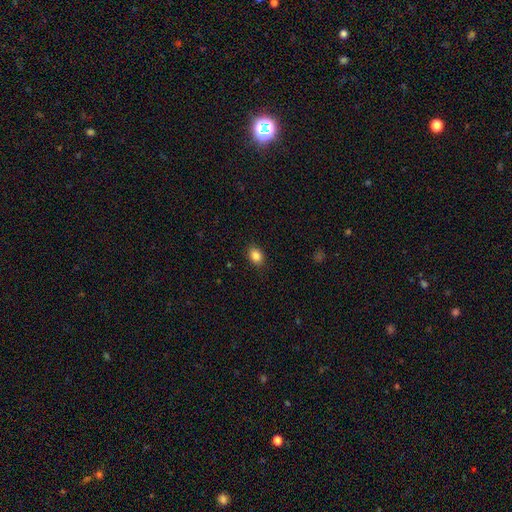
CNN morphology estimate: A smooth galaxy with no disk features (85%) that is in between round and cigar-shaped (69%).

Vote fractions:
- Smooth or featured? smooth: 85% / star or artifact: 9% / featured or disk: 6%
- How rounded? in between: 69% / round: 30% / cigar-shaped: 1%
- Merging? none: 89% / minor disturbance: 8% / major disturbance: 2% / merger: 1%